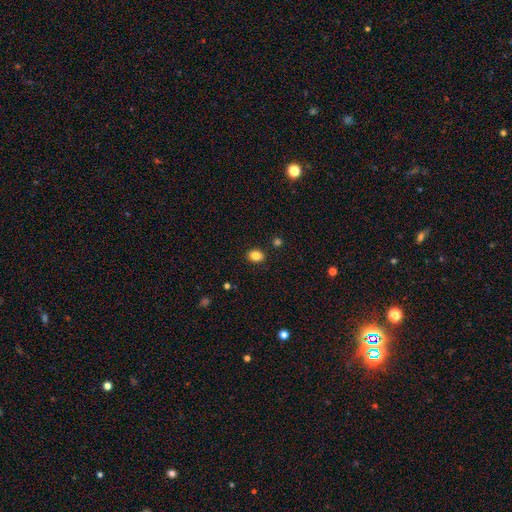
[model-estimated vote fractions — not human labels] Smooth or featured? smooth (84%)
How rounded? in between (60%)
Merging? none (88%)